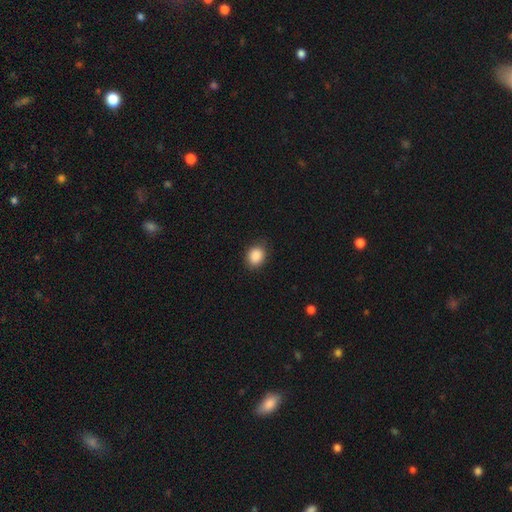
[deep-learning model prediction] smooth 89%, star or artifact 8%, featured or disk 3%. Down the decision tree: how rounded — round (51%); merging — none (82%).